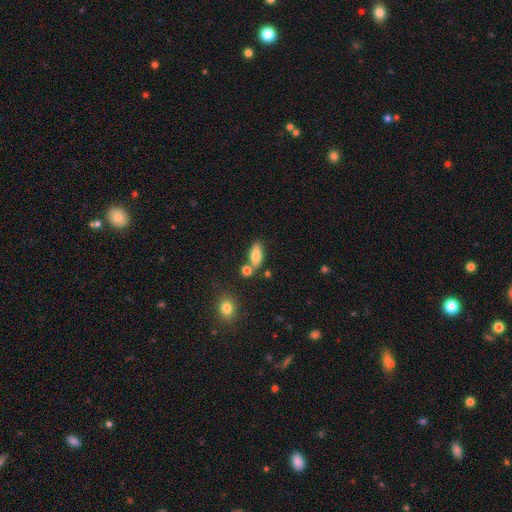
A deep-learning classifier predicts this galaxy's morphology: Overall: smooth (82%). How rounded: in between (81%). Merging: none (65%).